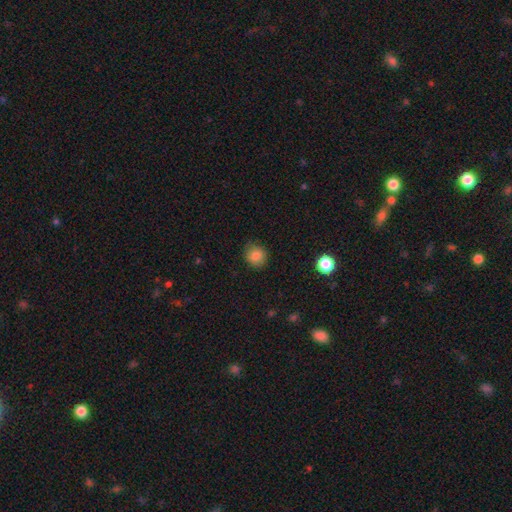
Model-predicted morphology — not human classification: type=smooth (85%); roundness=round (87%); merging=none (83%).